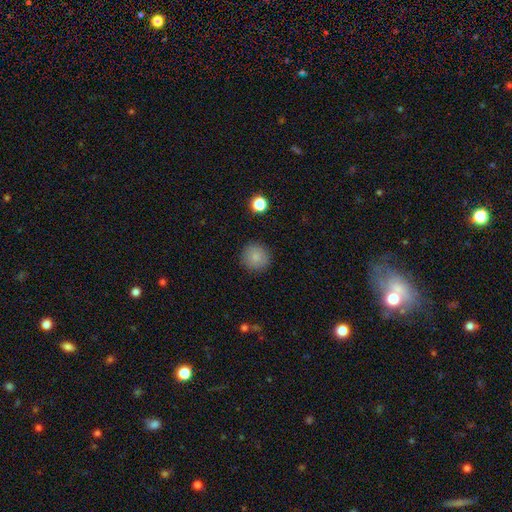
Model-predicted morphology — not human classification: smooth 85%, star or artifact 9%, featured or disk 6%. Down the decision tree: how rounded — round (94%); merging — none (90%).